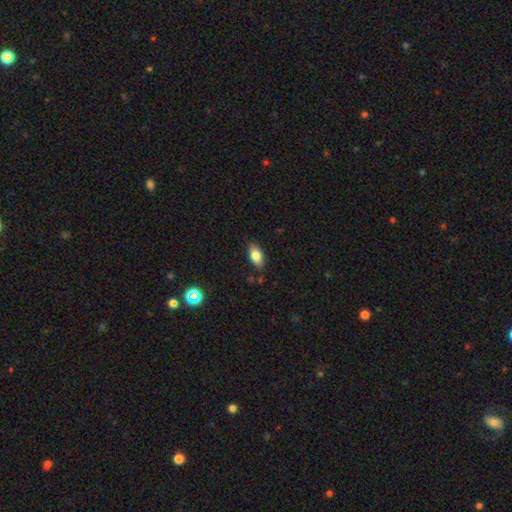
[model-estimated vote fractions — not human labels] This appears to be a smooth galaxy with no disk features (80%) that is in between round and cigar-shaped (89%). Merging: none (82%).